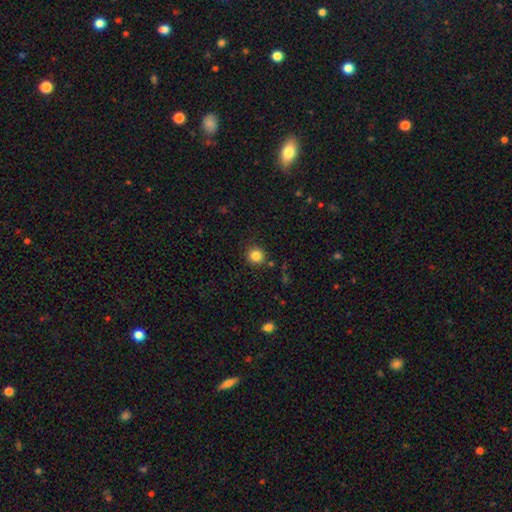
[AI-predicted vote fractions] This is clearly a smooth galaxy (84%). How rounded: clearly round (90%). Merging: clearly none (87%).